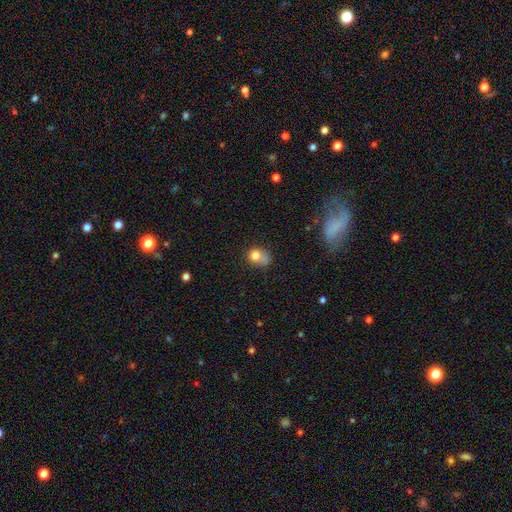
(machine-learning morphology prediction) Smooth or featured? smooth (76%)
How rounded? round (53%)
Merging? none (36%)